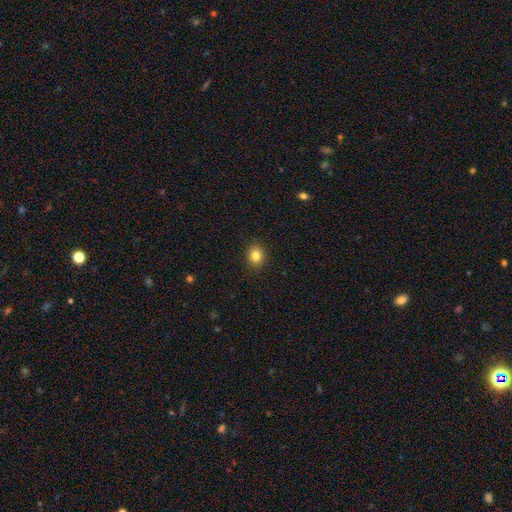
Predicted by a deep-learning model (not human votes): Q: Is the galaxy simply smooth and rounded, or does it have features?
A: smooth — 82%.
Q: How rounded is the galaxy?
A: round — 61%.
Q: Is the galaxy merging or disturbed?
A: none — 90%.